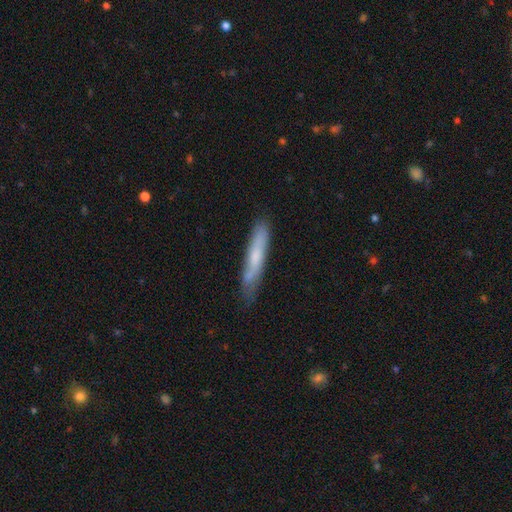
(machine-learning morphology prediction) Overall: smooth (59%; featured or disk 34%). How rounded: cigar-shaped (91%). Merging: none (70%).